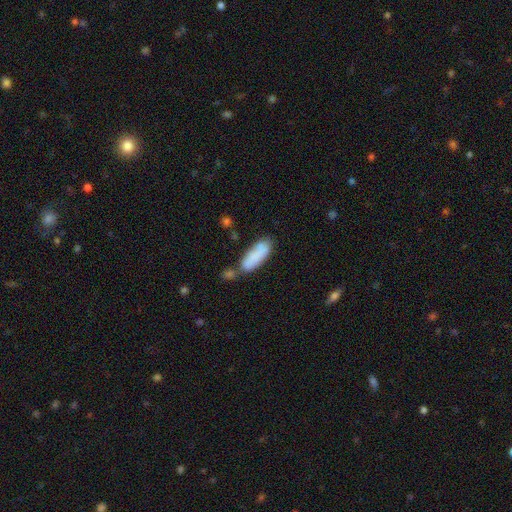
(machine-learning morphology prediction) Smooth or featured: smooth — 81% (featured or disk — 12%)
How rounded: in between — 57% (cigar-shaped — 41%)
Merging: none — 51% (merger — 23%)